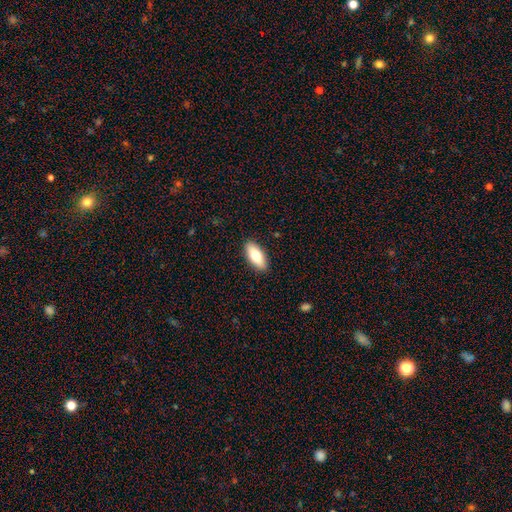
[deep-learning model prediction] Smooth or featured?
  - smooth: 75% *
  - featured or disk: 19%
  - star or artifact: 6%
How rounded?
  - in between: 82% *
  - cigar-shaped: 16%
  - round: 2%
Merging?
  - none: 90% *
  - minor disturbance: 8%
  - major disturbance: 2%
  - merger: 1%